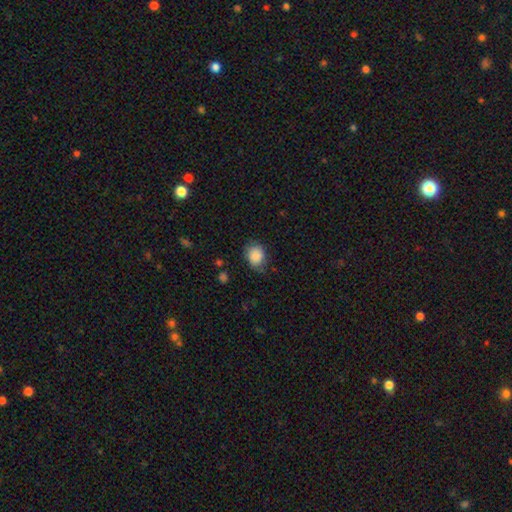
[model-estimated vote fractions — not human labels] smooth_or_featured: smooth (p=0.86) [alt: star or artifact p=0.08]
how_rounded: round (p=0.55) [alt: in between p=0.44]
merging: none (p=0.69) [alt: minor disturbance p=0.24]